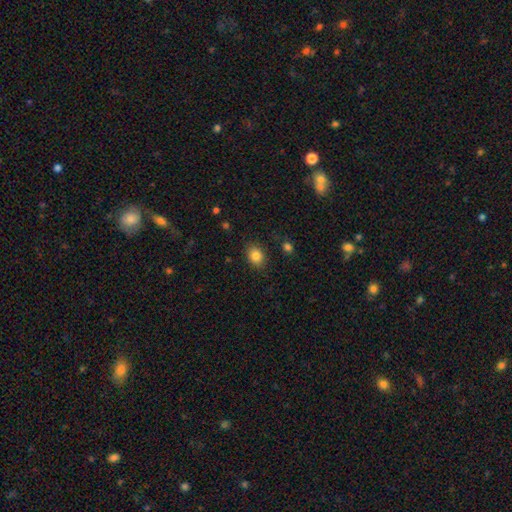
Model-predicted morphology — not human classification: smooth 85%, star or artifact 10%, featured or disk 6%. Down the decision tree: how rounded — in between (58%); merging — none (85%).